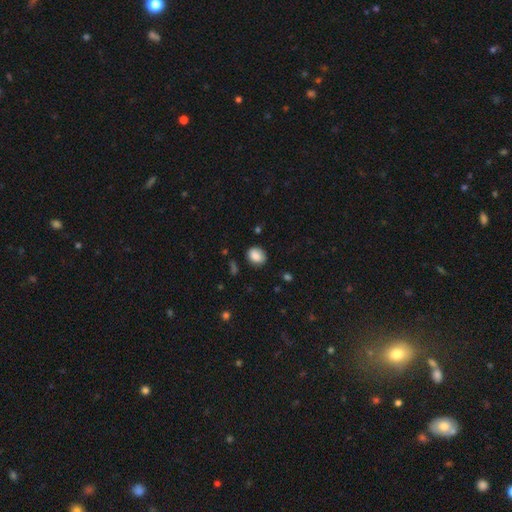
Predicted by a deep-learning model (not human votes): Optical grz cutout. It shows a smooth galaxy with no disk features (86%) that is round (54%). Merging: none (83%).